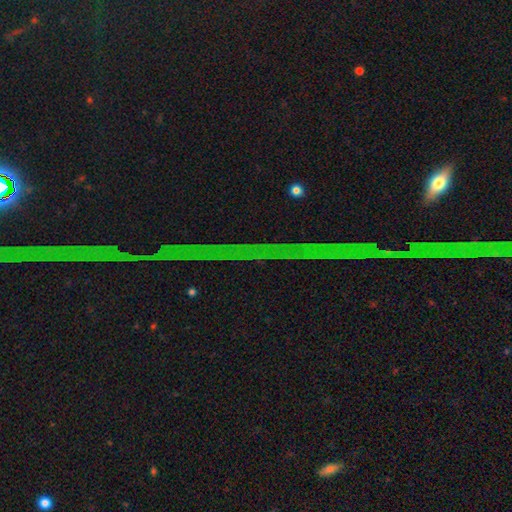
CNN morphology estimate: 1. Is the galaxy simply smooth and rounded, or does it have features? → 79% star or artifact, 12% featured or disk, 8% smooth.